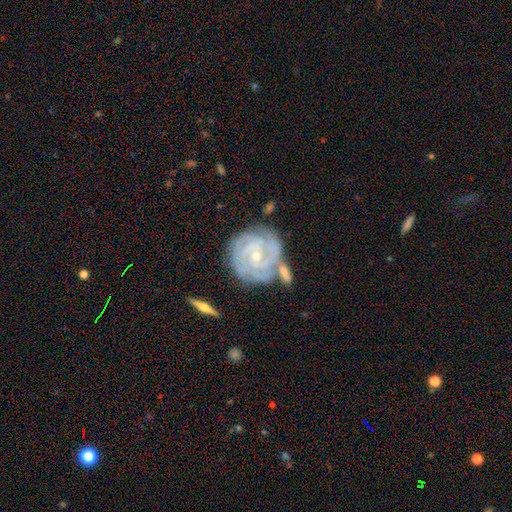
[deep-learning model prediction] The model was most divided on "spiral arm count": 3: 28%, can't tell: 23%, 2: 21%, 4: 18%, more than 4: 5%, 1: 5%. More confident: edge-on disk — no (97%); spiral arms — yes (97%); smooth or featured — featured or disk (87%); spiral winding — tight (79%); bulge size — small (70%); merging — none (61%); bar — no (55%).